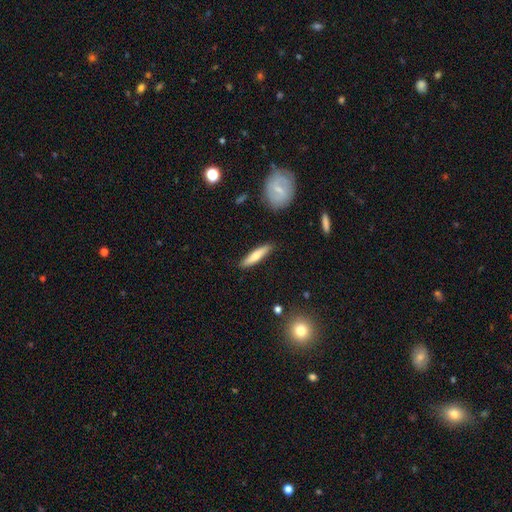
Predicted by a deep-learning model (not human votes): The model was most divided on "smooth or featured": smooth: 69%, featured or disk: 25%, star or artifact: 6%. More confident: merging — none (88%); how rounded — cigar-shaped (83%).